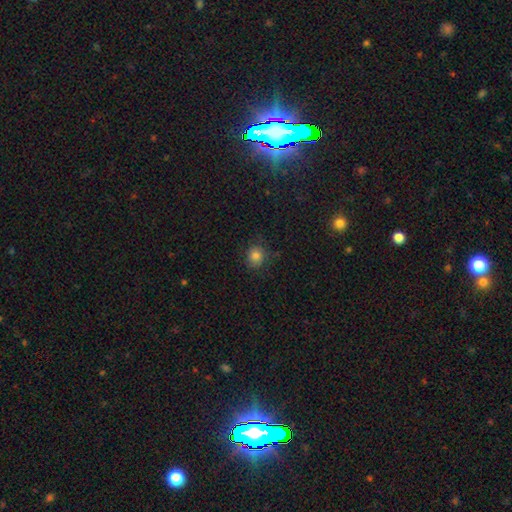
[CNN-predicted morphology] Smooth or featured? Predicted: smooth (p=0.81). How rounded? Predicted: round (p=0.78). Merging? Predicted: none (p=0.77).